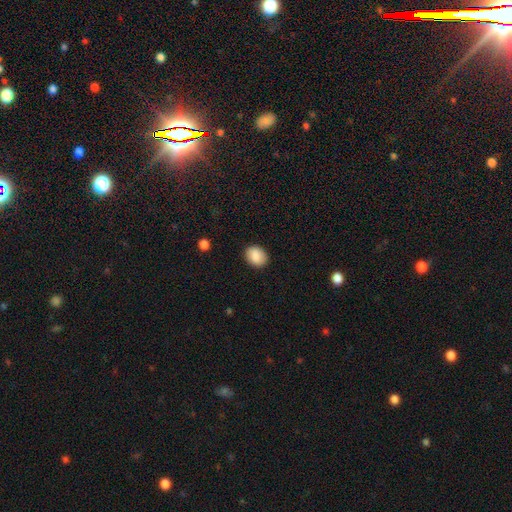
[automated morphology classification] smooth-or-featured: smooth: 86% | star or artifact: 7% | featured or disk: 6%
  how-rounded: in between: 56% | round: 43% | cigar-shaped: 1%
  merging: none: 87% | minor disturbance: 9% | major disturbance: 2% | merger: 1%